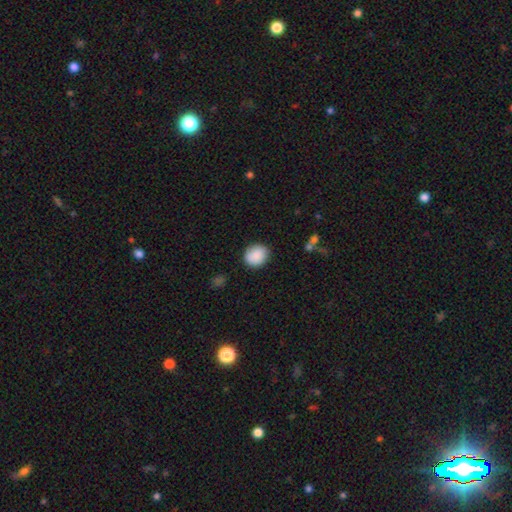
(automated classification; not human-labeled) Q: Smooth or featured?
A: smooth (89%); runner-up: star or artifact (7%)
Q: How rounded?
A: round (71%); runner-up: in between (28%)
Q: Merging?
A: none (86%); runner-up: minor disturbance (10%)